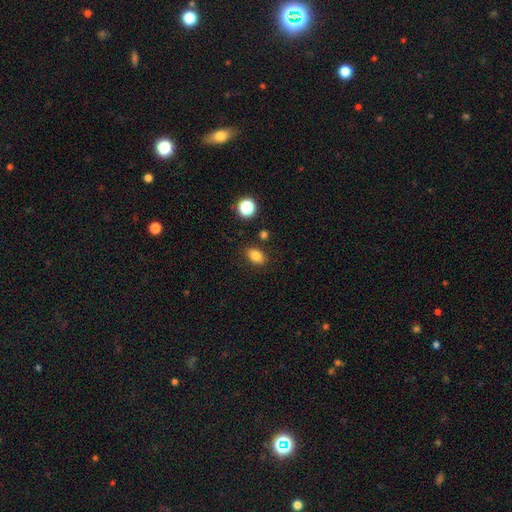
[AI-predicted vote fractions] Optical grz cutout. It shows a smooth galaxy with no disk features (82%) that is in between round and cigar-shaped (82%). Merging: none (84%).